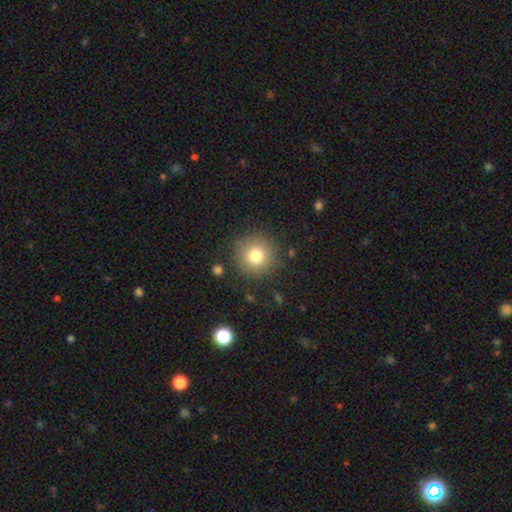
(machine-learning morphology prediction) This is likely a smooth galaxy (79%). How rounded: clearly round (95%). Merging: clearly none (86%).